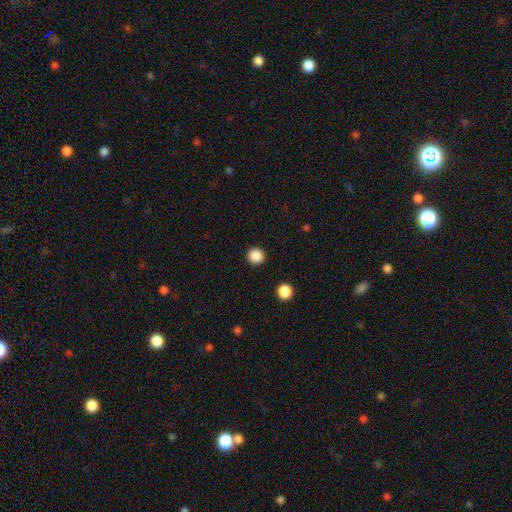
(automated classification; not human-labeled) Smooth or featured: smooth — 87% (star or artifact — 10%)
How rounded: round — 95% (in between — 4%)
Merging: none — 93% (minor disturbance — 4%)